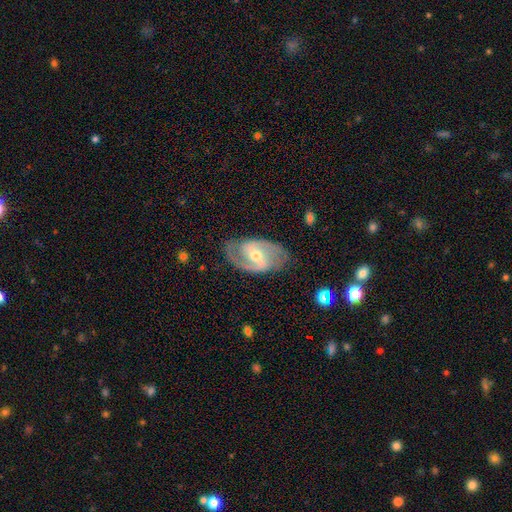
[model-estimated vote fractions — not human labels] featured or disk 87%, smooth 8%, star or artifact 5%. Down the decision tree: edge-on disk — no (96%); bar — weak (46%); spiral arms — yes (96%); spiral arm count — 2 (89%); spiral winding — medium (55%); bulge size — moderate (48%, tied with small); merging — none (79%).